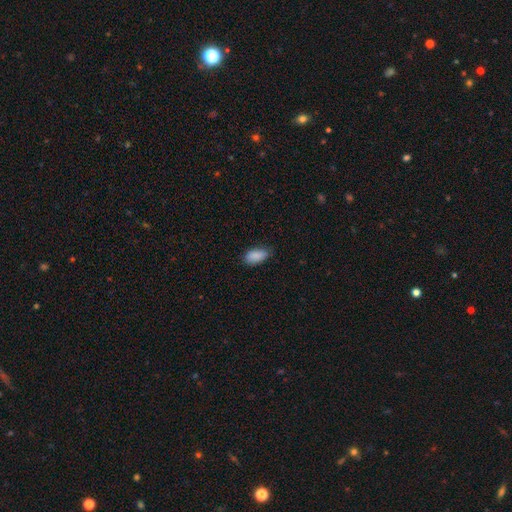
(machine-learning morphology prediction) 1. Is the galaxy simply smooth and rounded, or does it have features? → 88% smooth, 7% star or artifact, 4% featured or disk.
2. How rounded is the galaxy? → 91% in between, 6% cigar-shaped, 3% round.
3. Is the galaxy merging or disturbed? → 74% none, 22% minor disturbance, 3% major disturbance, 1% merger.